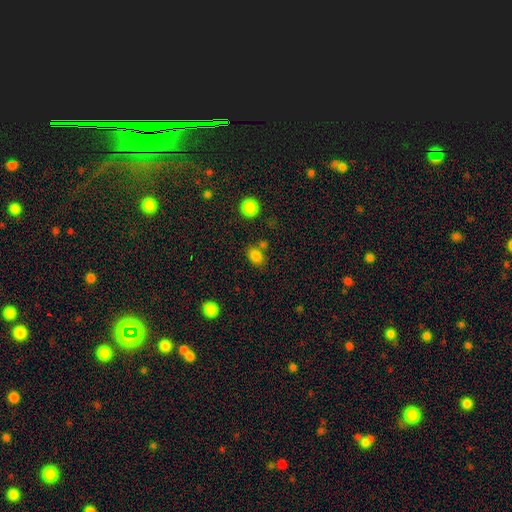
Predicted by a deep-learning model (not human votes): Overall: smooth (83%). How rounded: in between (69%; round 30%). Merging: none (67%).